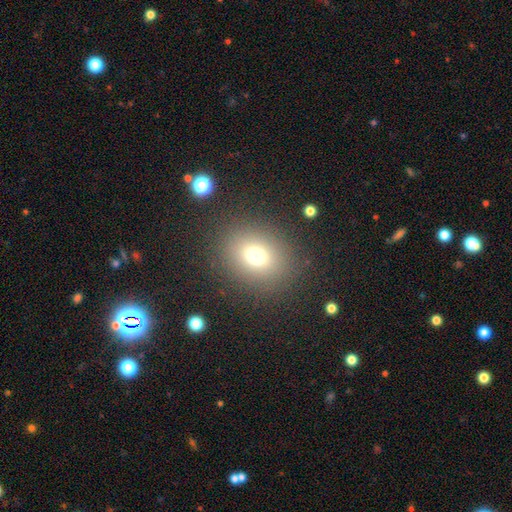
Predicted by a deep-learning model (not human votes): This appears to be a smooth galaxy with no disk features (71%) that is round (62%). Merging: none (85%).